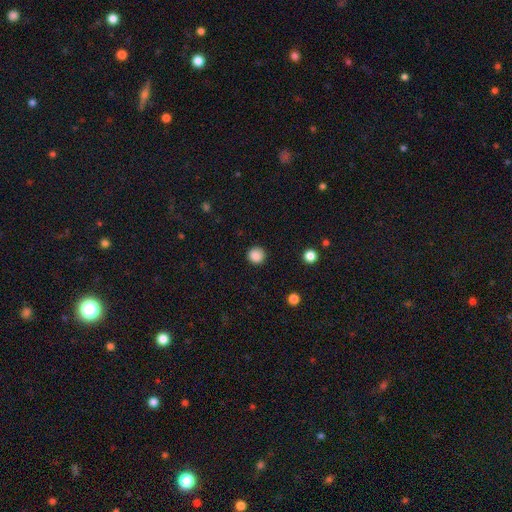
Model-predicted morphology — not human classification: This appears to be a smooth galaxy with no disk features (87%) that is round (94%). Merging: none (92%).